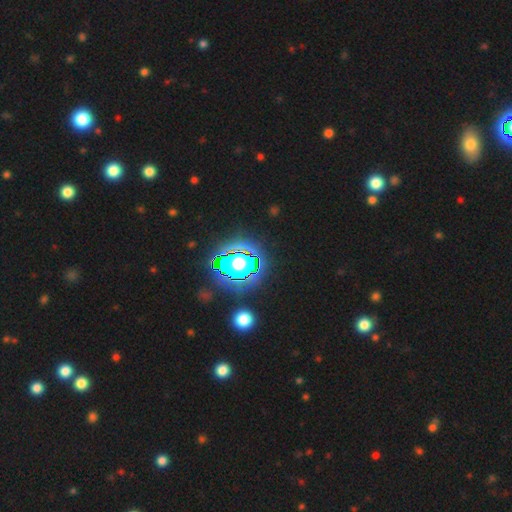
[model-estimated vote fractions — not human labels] Q: Smooth or featured?
A: star or artifact (83%); runner-up: smooth (11%)